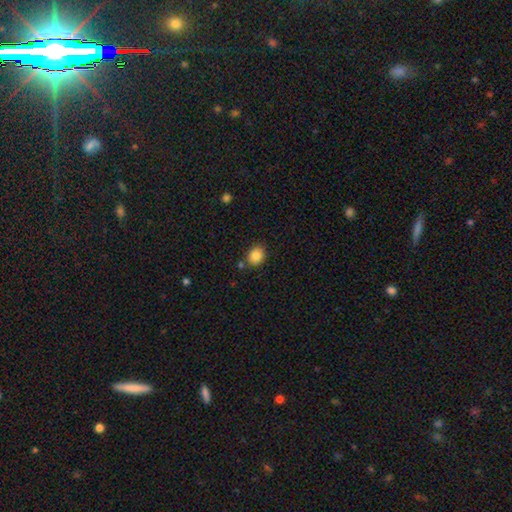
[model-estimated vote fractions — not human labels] Smooth or featured? Predicted: smooth (p=0.86). How rounded? Predicted: round (p=0.54). Merging? Predicted: none (p=0.78).